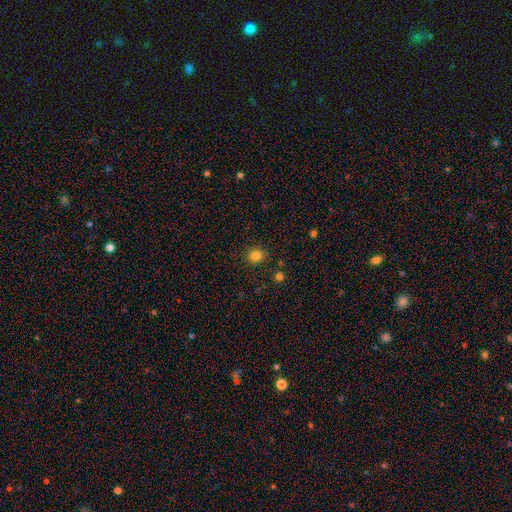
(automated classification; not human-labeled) Overall: smooth (83%). How rounded: round (78%). Merging: none (87%).